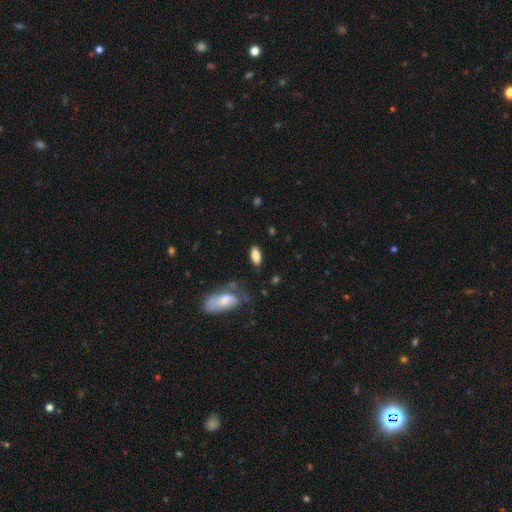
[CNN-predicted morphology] smooth 81%, featured or disk 12%, star or artifact 7%. Down the decision tree: how rounded — in between (86%); merging — none (79%).